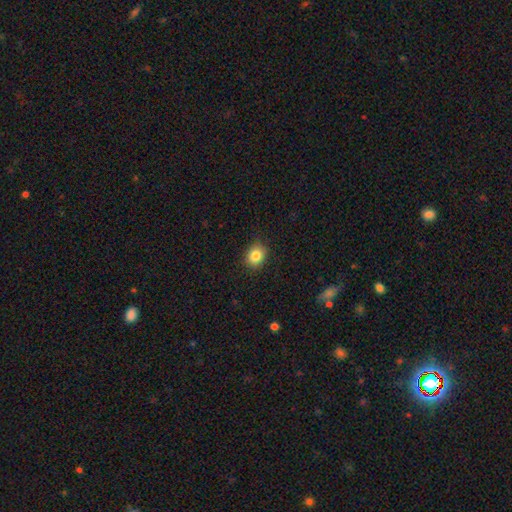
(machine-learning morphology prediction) Overall: smooth (84%). How rounded: round (57%; in between 43%). Merging: none (87%).